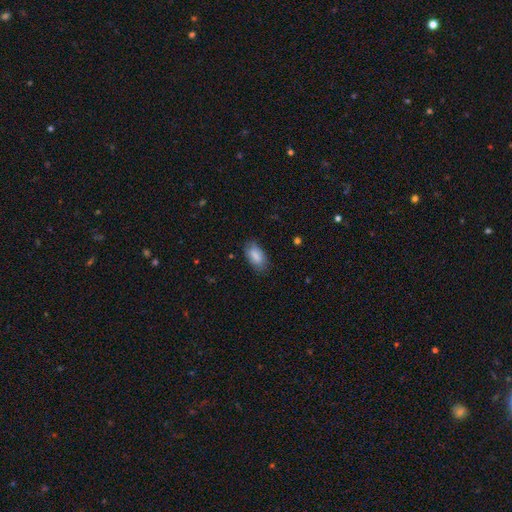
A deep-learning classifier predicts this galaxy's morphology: smooth 80%, featured or disk 13%, star or artifact 7%. Down the decision tree: how rounded — in between (92%); merging — none (74%).